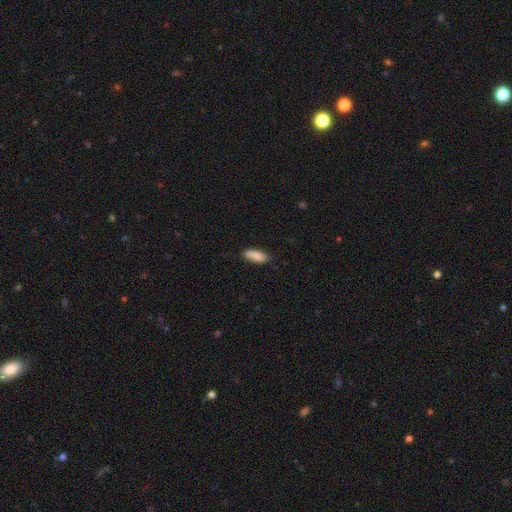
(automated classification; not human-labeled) A smooth galaxy with no disk features (85%) that is in between round and cigar-shaped (64%).

Vote fractions:
- Smooth or featured? smooth: 85% / featured or disk: 8% / star or artifact: 7%
- How rounded? in between: 64% / cigar-shaped: 34% / round: 2%
- Merging? none: 77% / minor disturbance: 17% / merger: 3% / major disturbance: 3%